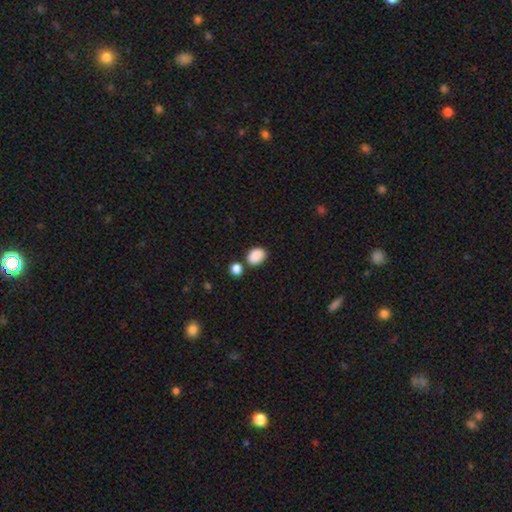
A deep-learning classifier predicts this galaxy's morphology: type=smooth (88%); roundness=in between (66%); merging=none (73%).